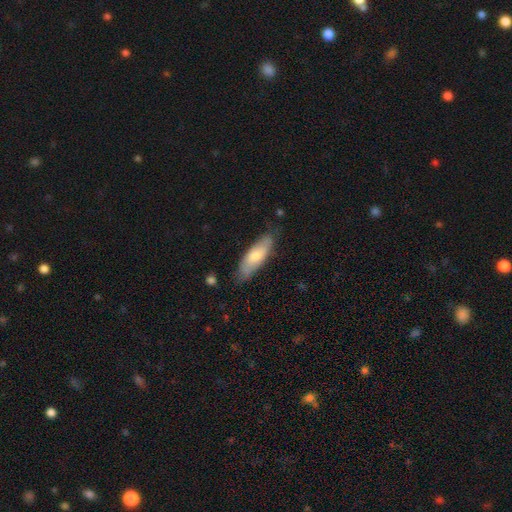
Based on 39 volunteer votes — Smooth or featured? smooth (64%)
How rounded? in between (68%)
Merging? none (58%)